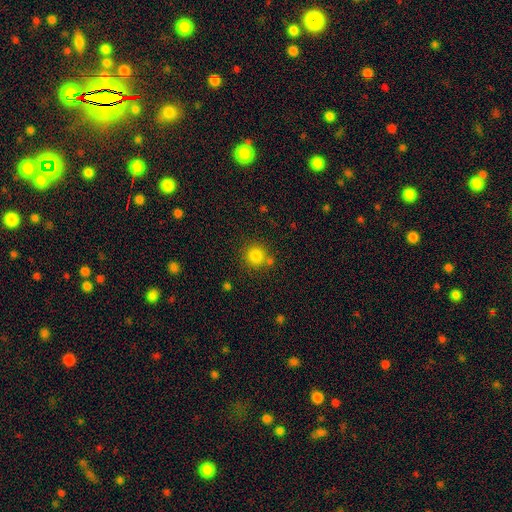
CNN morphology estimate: Smooth or featured? Predicted: smooth (p=0.82). How rounded? Predicted: round (p=0.93). Merging? Predicted: none (p=0.76).